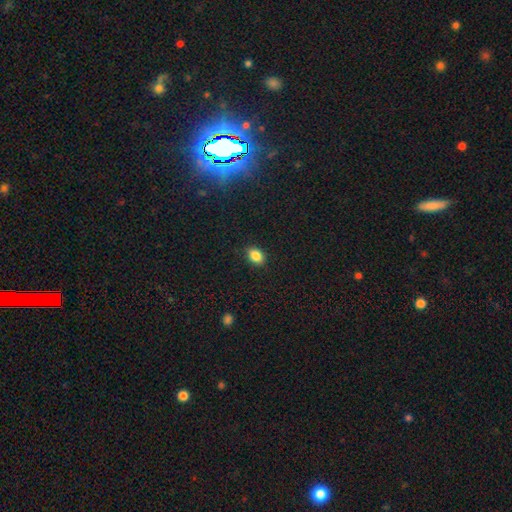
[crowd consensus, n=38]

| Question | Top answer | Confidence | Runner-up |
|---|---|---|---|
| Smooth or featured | smooth | 97% | star or artifact (3%) |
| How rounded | in between | 73% | round (24%) |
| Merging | none | 92% | minor disturbance (5%) |